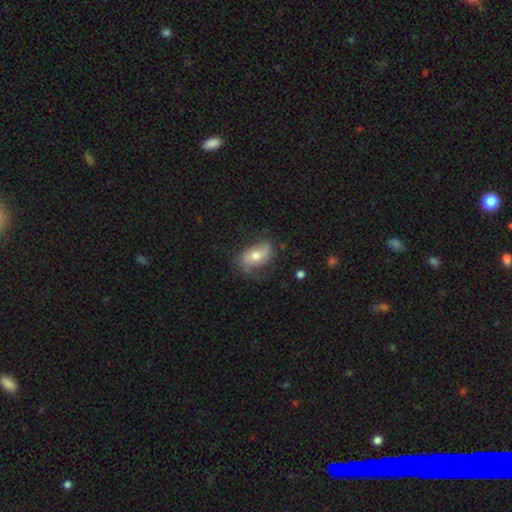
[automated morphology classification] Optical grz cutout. It shows a smooth galaxy with no disk features (47%). Merging: none (61%).